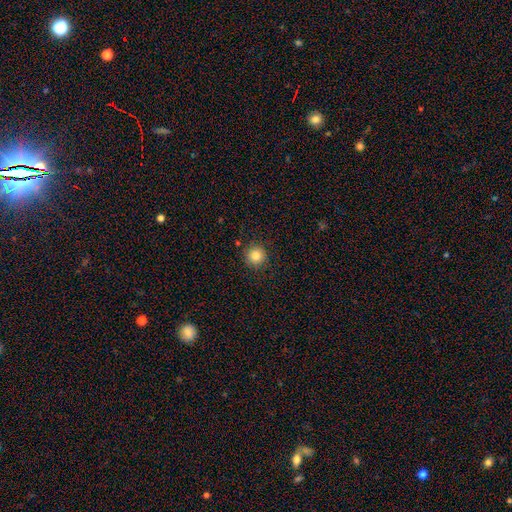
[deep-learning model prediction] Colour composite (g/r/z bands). It shows a smooth galaxy with no disk features (84%) that is round (95%). Merging: none (89%).